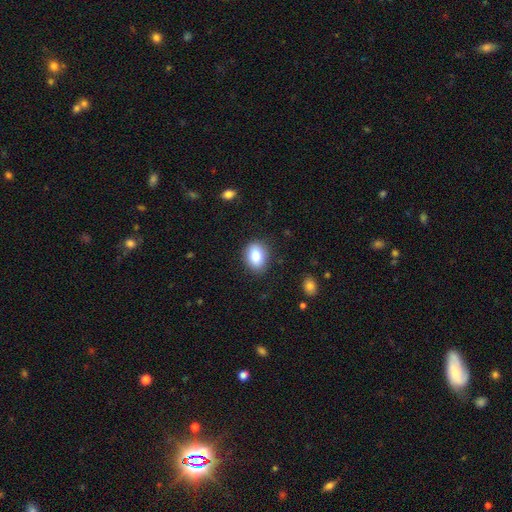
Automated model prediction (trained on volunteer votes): smooth 85%, star or artifact 8%, featured or disk 7%. Down the decision tree: how rounded — in between (73%); merging — none (85%).